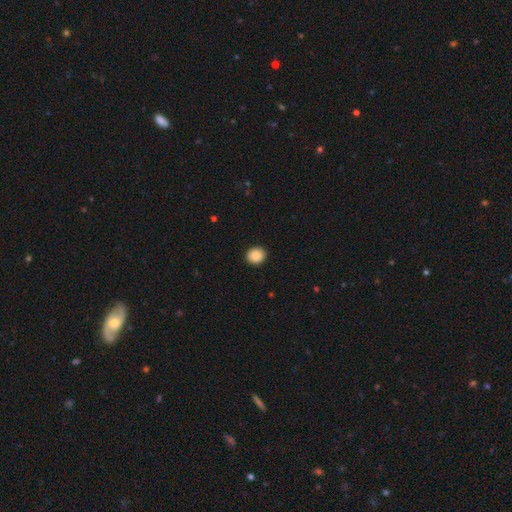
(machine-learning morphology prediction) Smooth or featured: smooth — 88% (star or artifact — 9%)
How rounded: round — 84% (in between — 15%)
Merging: none — 92% (minor disturbance — 5%)